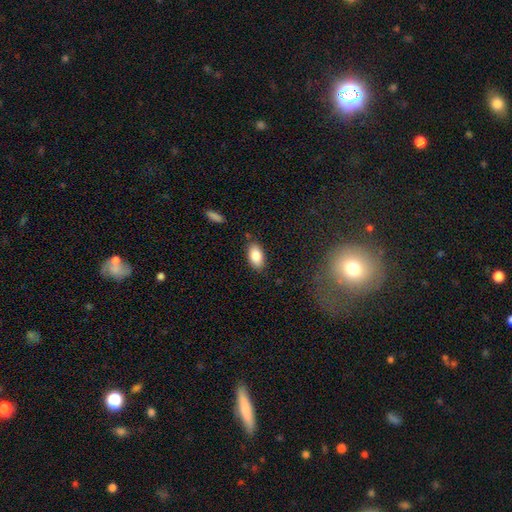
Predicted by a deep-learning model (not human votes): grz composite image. It shows a smooth galaxy with no disk features (85%) that is in between round and cigar-shaped (93%). Merging: none (82%).